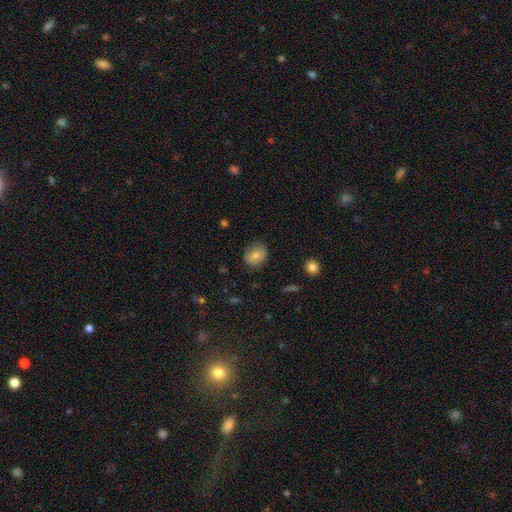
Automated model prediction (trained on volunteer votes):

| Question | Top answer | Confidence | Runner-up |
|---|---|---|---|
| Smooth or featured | smooth | 77% | featured or disk (14%) |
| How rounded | round | 53% | in between (46%) |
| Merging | none | 79% | minor disturbance (16%) |